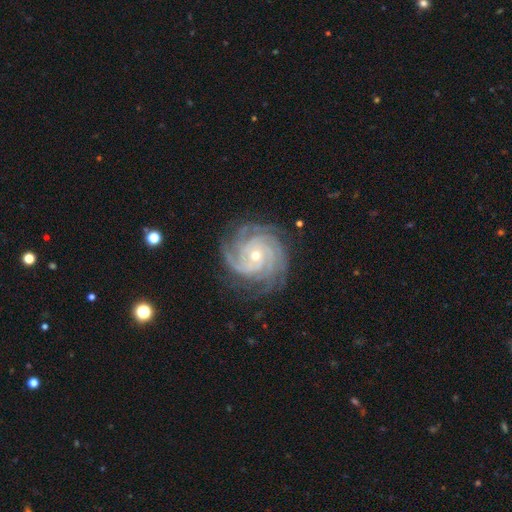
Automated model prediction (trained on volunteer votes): Q: Smooth or featured?
A: featured or disk (92%); runner-up: star or artifact (5%)
Q: Edge-on disk?
A: no (98%); runner-up: yes (2%)
Q: Bar?
A: no (71%); runner-up: weak (21%)
Q: Spiral arms?
A: yes (99%); runner-up: no (1%)
Q: Spiral winding?
A: tight (81%); runner-up: medium (17%)
Q: Spiral arm count?
A: 4 (32%); runner-up: 3 (20%)
Q: Bulge size?
A: small (62%); runner-up: moderate (36%)
Q: Merging?
A: none (81%); runner-up: minor disturbance (14%)